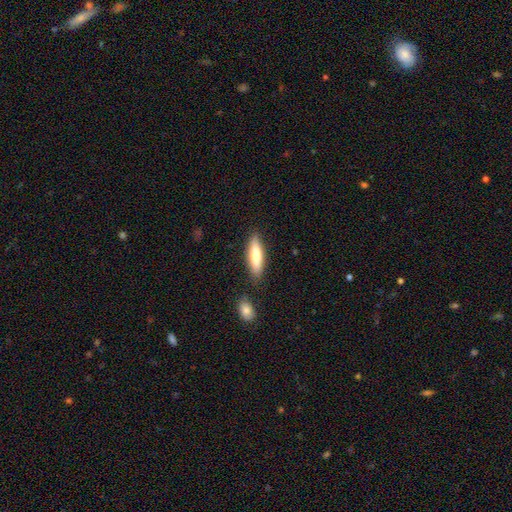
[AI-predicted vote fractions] Smooth or featured? Predicted: smooth (p=0.74). How rounded? Predicted: cigar-shaped (p=0.64). Merging? Predicted: none (p=0.82).